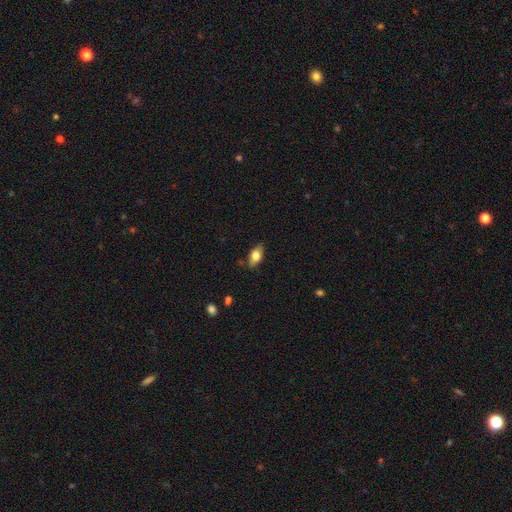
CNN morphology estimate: A smooth galaxy with no disk features (76%) that is in between round and cigar-shaped (88%). Merging: none (82%).